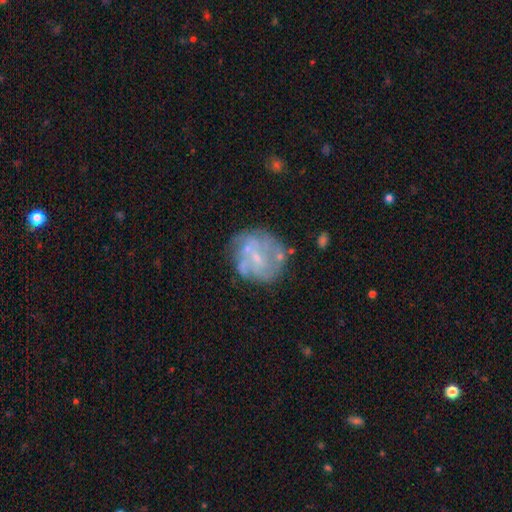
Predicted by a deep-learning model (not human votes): Smooth or featured? featured or disk (67%)
Edge-on disk? no (98%)
Bar? no (61%)
Spiral arms? yes (50%, tied with no)
Bulge size? small (59%)
Merging? none (60%)